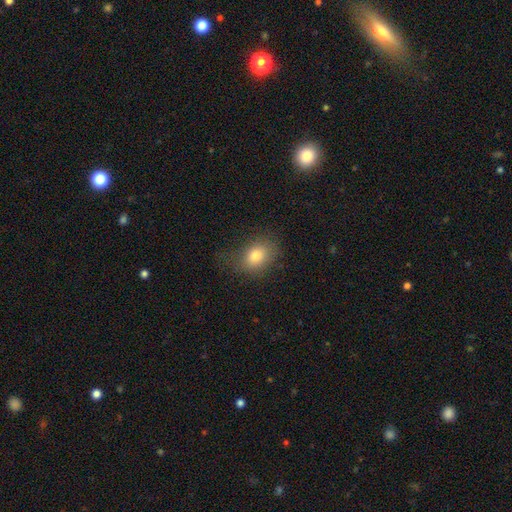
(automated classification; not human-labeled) Smooth or featured?
  - smooth: 78% *
  - star or artifact: 11%
  - featured or disk: 10%
How rounded?
  - in between: 65% *
  - round: 34%
  - cigar-shaped: 1%
Merging?
  - none: 68% *
  - minor disturbance: 22%
  - major disturbance: 9%
  - merger: 1%